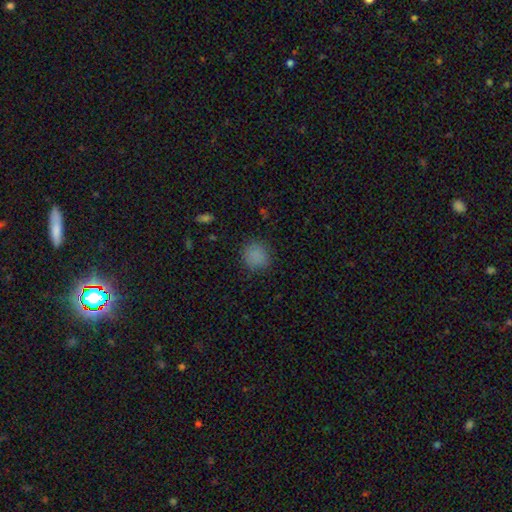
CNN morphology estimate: This appears to be a smooth galaxy with no disk features (85%) that is round (87%). Merging: none (86%).